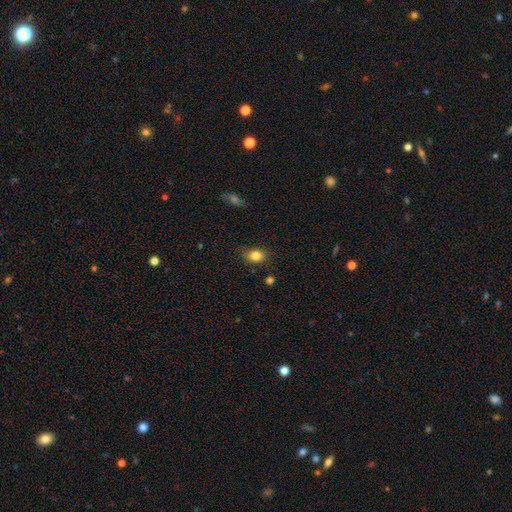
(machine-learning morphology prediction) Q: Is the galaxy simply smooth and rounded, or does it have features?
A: smooth — 82%.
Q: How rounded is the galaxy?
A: in between — 59%.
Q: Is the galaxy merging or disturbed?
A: none — 78%.